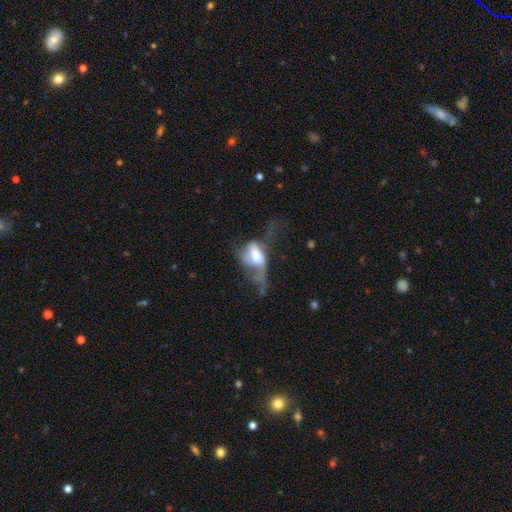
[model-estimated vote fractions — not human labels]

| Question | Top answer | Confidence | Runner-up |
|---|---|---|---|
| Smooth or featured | featured or disk | 50% | smooth (41%) |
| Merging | major disturbance | 59% | none (15%) |